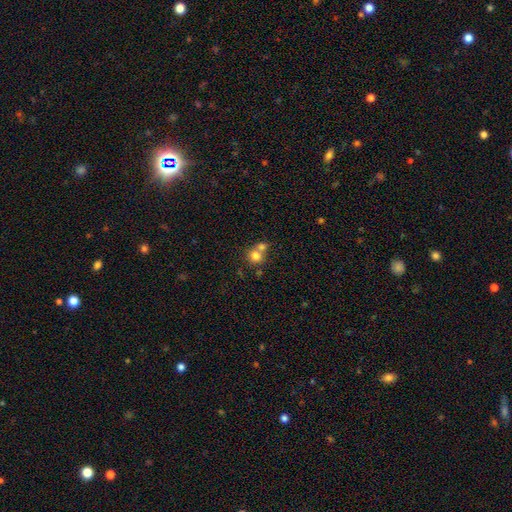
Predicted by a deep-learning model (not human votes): This appears to be a smooth galaxy with no disk features (77%) that is round (80%). Merging: merger (54%).